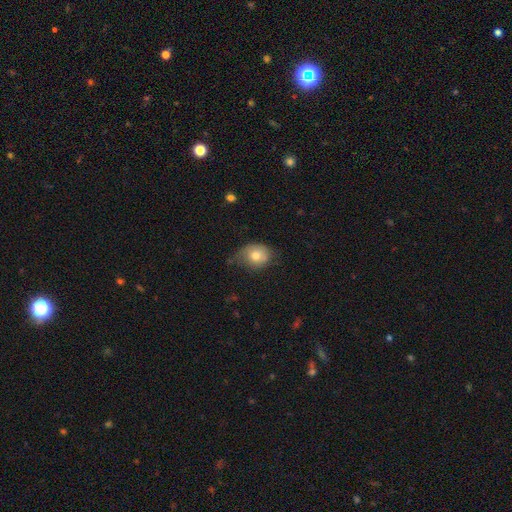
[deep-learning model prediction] Morphology: type=smooth (74%); roundness=round (60%); merging=none (49%).